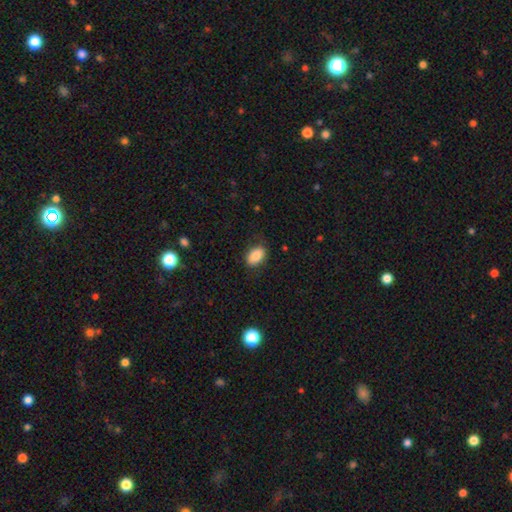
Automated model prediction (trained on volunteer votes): This is clearly a smooth galaxy (85%). How rounded: clearly in between (89%). Merging: clearly none (81%).